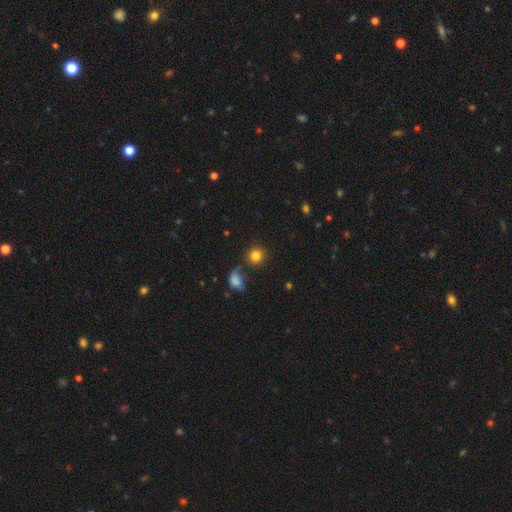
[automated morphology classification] This is clearly a smooth galaxy (82%). How rounded: clearly round (88%). Merging: likely none (73%).